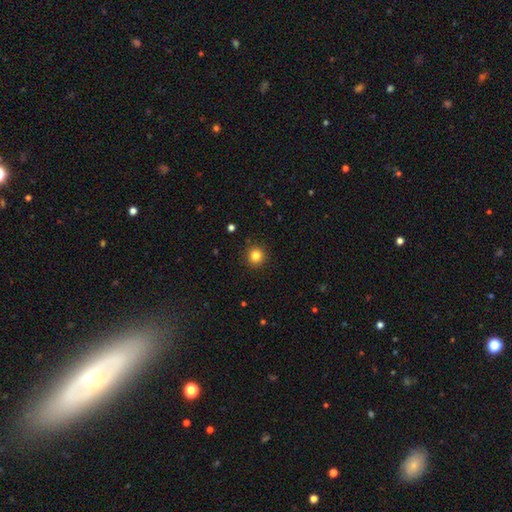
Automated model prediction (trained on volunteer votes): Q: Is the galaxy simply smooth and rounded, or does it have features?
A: smooth — 82%.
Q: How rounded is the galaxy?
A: round — 94%.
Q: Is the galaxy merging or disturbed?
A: none — 92%.